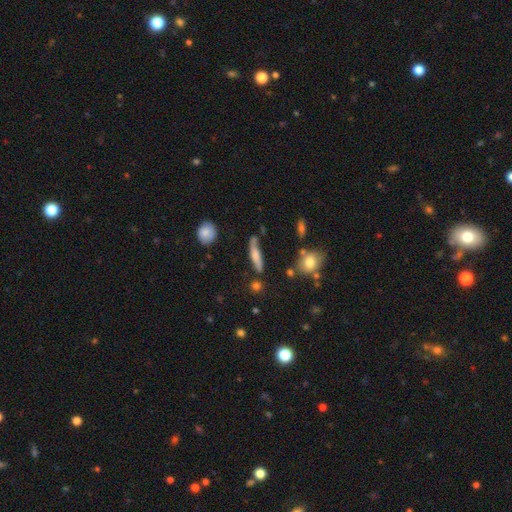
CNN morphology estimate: Overall: smooth (57%; featured or disk 35%). How rounded: cigar-shaped (77%). Merging: none (61%; minor disturbance 23%).